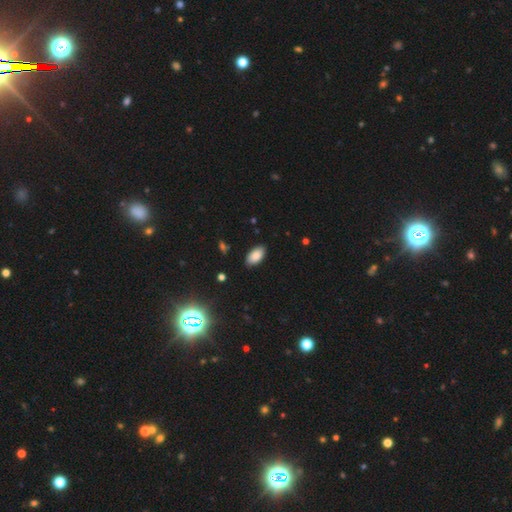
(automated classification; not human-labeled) A smooth galaxy with no disk features (86%) that is in between round and cigar-shaped (95%). Merging: none (86%).